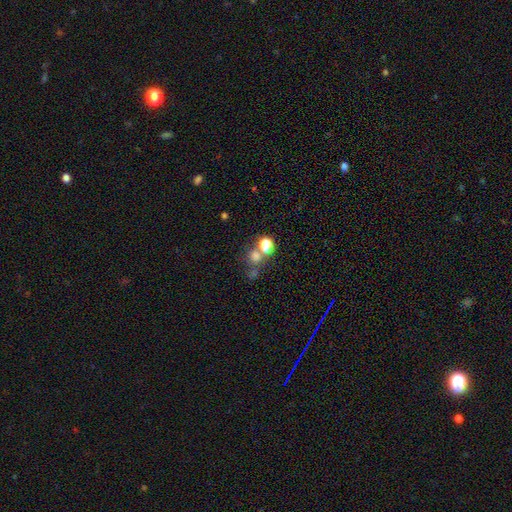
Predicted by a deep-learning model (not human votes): A smooth galaxy with no disk features (67%) that is round (83%). Merging: none (52%).